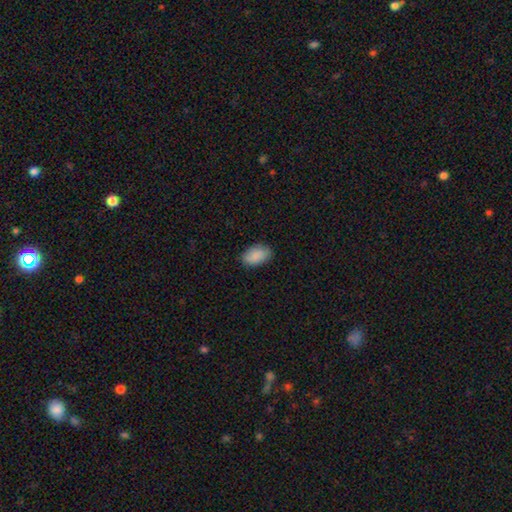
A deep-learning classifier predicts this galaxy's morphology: This is clearly a smooth galaxy (88%). How rounded: clearly in between (92%). Merging: clearly none (85%).